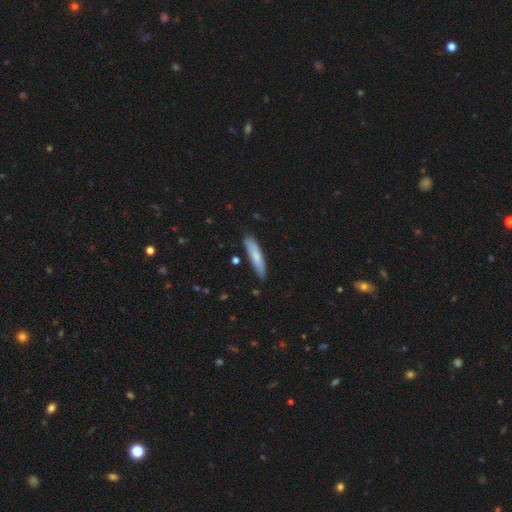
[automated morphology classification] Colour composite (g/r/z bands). It shows a smooth galaxy with no disk features (71%) that is cigar-shaped (78%). Merging: none (81%).